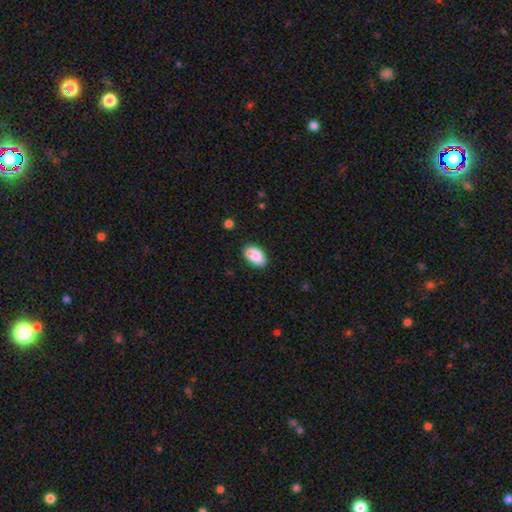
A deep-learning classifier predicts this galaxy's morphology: Smooth or featured: smooth — 87% (star or artifact — 7%)
How rounded: in between — 93% (round — 6%)
Merging: none — 78% (minor disturbance — 17%)